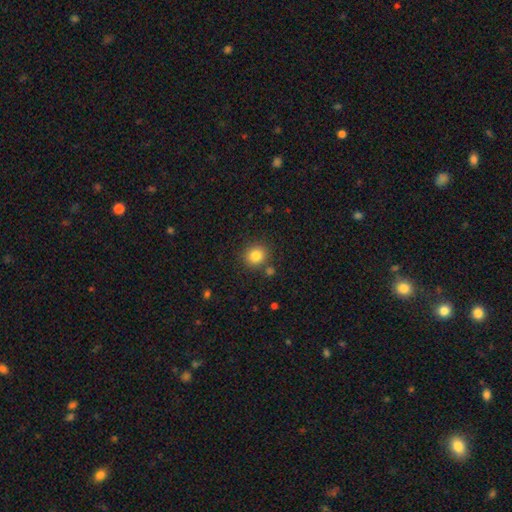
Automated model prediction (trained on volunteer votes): Smooth or featured? Predicted: smooth (p=0.82). How rounded? Predicted: round (p=0.86). Merging? Predicted: none (p=0.83).